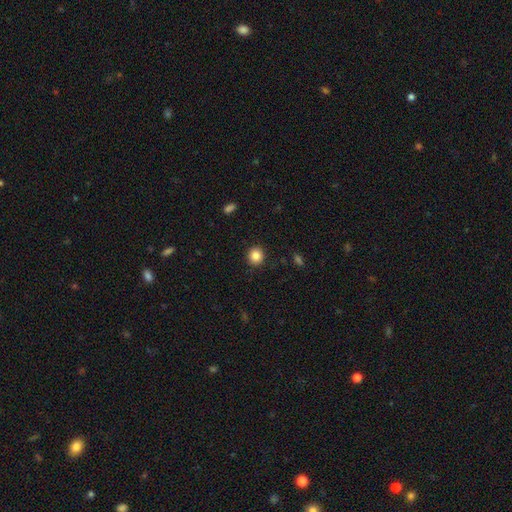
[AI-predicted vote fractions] Overall: smooth (86%). How rounded: round (91%). Merging: none (91%).